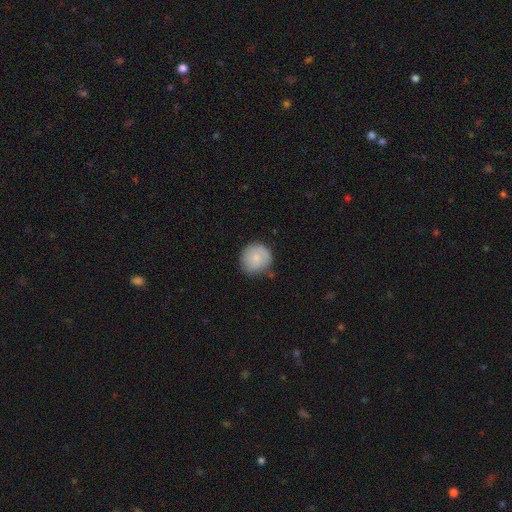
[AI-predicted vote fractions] This appears to be a smooth galaxy with no disk features (79%) that is round (89%). Merging: none (74%).